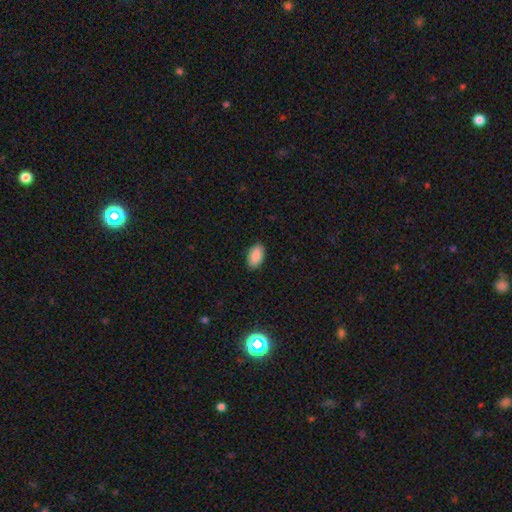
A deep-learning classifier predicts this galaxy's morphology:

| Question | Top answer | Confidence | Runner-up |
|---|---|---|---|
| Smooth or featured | smooth | 90% | star or artifact (7%) |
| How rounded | in between | 95% | round (3%) |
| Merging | none | 89% | minor disturbance (8%) |